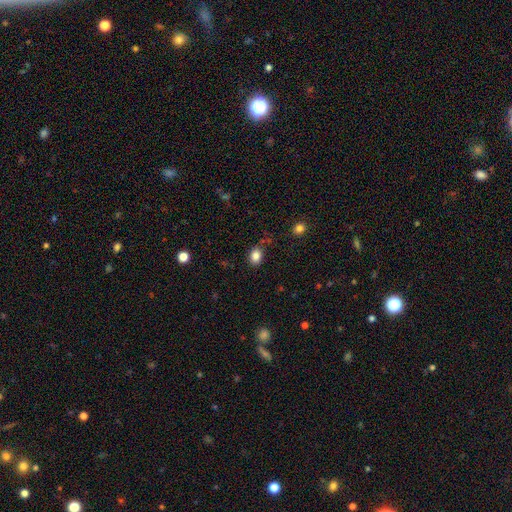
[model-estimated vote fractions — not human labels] The model was most divided on "how rounded": in between: 56%, round: 43%, cigar-shaped: 1%. More confident: smooth or featured — smooth (84%); merging — none (80%).